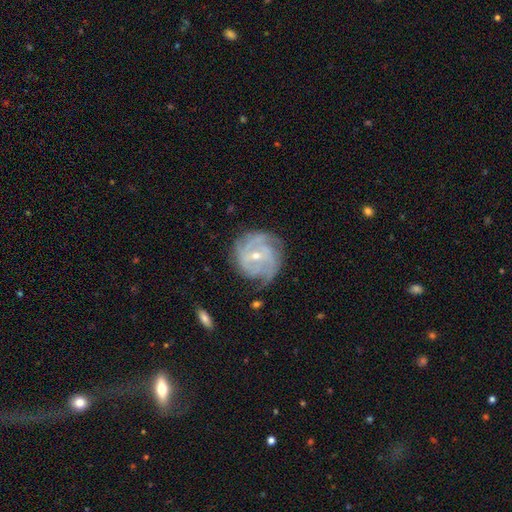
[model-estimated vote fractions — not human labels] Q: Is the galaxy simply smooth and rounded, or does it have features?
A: featured or disk — 87%.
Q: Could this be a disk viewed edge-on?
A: no — 97%.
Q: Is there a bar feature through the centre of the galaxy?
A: weak — 45%.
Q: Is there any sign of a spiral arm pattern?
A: yes — 96%.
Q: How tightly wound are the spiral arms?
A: tight — 59%.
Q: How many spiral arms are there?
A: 3 — 33%.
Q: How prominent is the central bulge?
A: small — 60%.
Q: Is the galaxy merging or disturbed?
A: none — 68%.